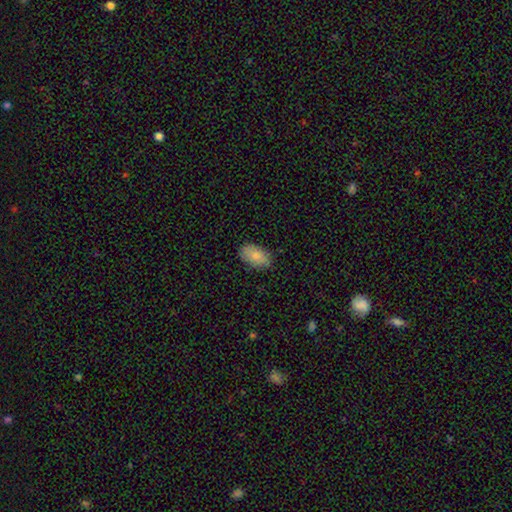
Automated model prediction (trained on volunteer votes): The model was most divided on "merging": none: 83%, minor disturbance: 13%, major disturbance: 3%, merger: 1%. More confident: how rounded — in between (93%); smooth or featured — smooth (82%).